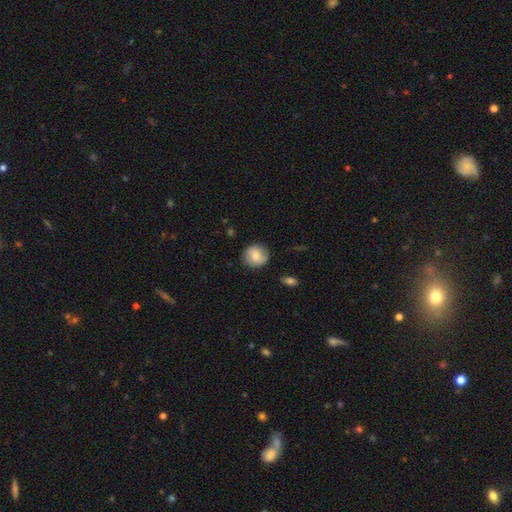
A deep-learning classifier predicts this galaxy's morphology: Smooth or featured? Predicted: smooth (p=0.74). How rounded? Predicted: round (p=0.86). Merging? Predicted: none (p=0.84).